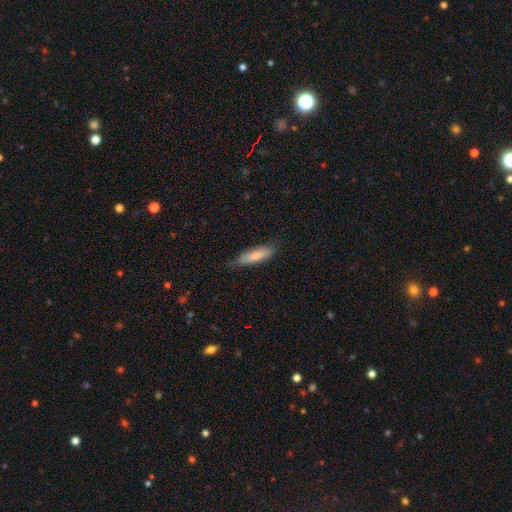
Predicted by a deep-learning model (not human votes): Q: Smooth or featured?
A: smooth (73%); runner-up: featured or disk (22%)
Q: How rounded?
A: cigar-shaped (60%); runner-up: in between (38%)
Q: Merging?
A: none (77%); runner-up: minor disturbance (19%)